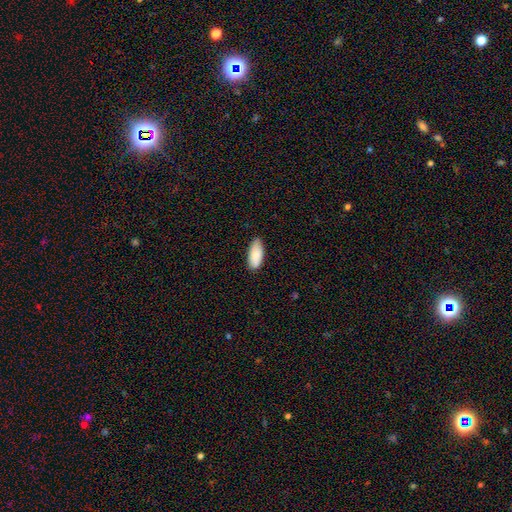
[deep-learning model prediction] smooth 87%, featured or disk 7%, star or artifact 6%. Down the decision tree: how rounded — in between (86%); merging — none (83%).